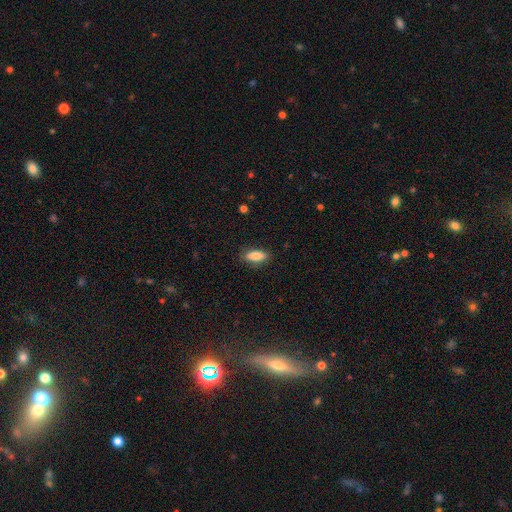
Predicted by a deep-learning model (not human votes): This is clearly a smooth galaxy (83%). How rounded: likely in between (76%). Merging: clearly none (85%).